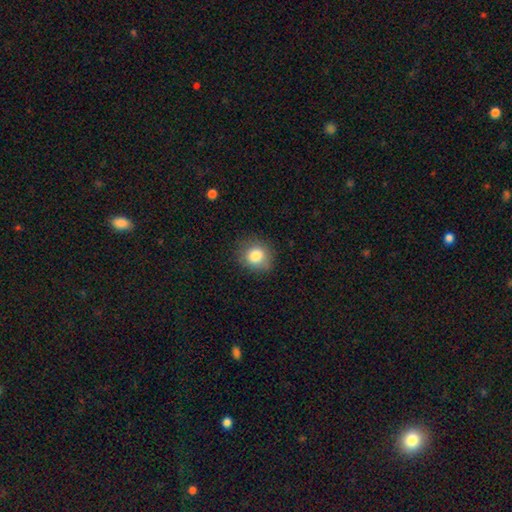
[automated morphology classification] The model was most divided on "how rounded": round: 79%, in between: 20%, cigar-shaped: 1%. More confident: smooth or featured — smooth (83%); merging — none (82%).